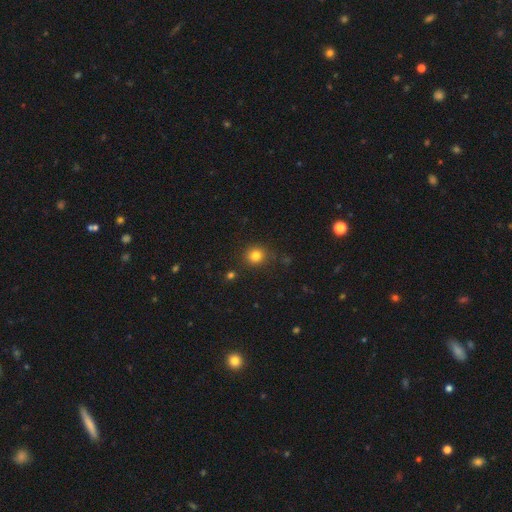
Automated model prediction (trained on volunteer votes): smooth 81%, star or artifact 13%, featured or disk 6%. Down the decision tree: how rounded — round (86%); merging — none (86%).